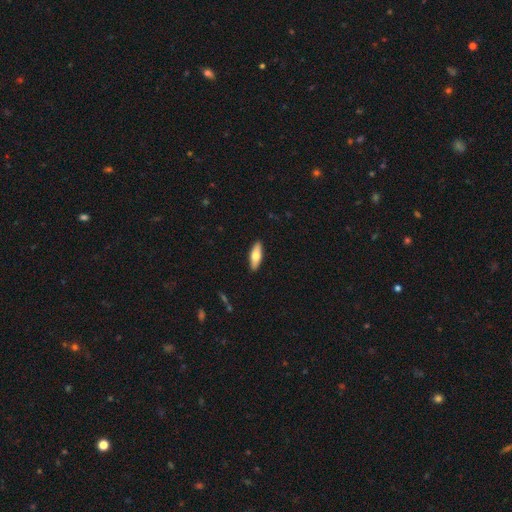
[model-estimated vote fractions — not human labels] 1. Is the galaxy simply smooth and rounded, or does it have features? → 66% smooth, 29% featured or disk, 6% star or artifact.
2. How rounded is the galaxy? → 60% in between, 37% cigar-shaped, 2% round.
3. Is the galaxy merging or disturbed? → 90% none, 7% minor disturbance, 2% major disturbance, 1% merger.